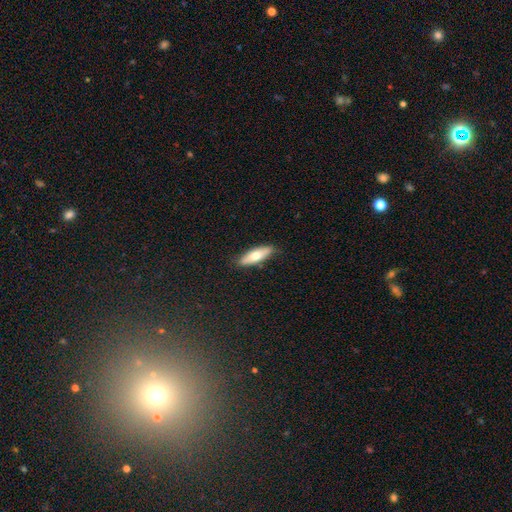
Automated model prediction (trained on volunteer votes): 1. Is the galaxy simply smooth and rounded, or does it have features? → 64% smooth, 30% featured or disk, 6% star or artifact.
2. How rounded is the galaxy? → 51% in between, 47% cigar-shaped, 2% round.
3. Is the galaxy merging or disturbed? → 84% none, 12% minor disturbance, 2% major disturbance, 1% merger.